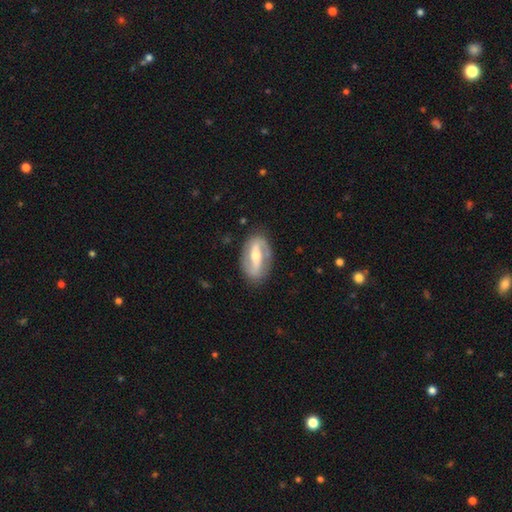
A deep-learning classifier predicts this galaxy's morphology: Smooth or featured?
  - featured or disk: 81% *
  - smooth: 15%
  - star or artifact: 5%
Edge-on disk?
  - no: 92% *
  - yes: 8%
Bar?
  - strong: 61% *
  - weak: 25%
  - no: 14%
Spiral arms?
  - yes: 82% *
  - no: 18%
Spiral winding?
  - medium: 38% *
  - loose: 36%
  - tight: 26%
Spiral arm count?
  - 2: 88% *
  - can't tell: 6%
  - 1: 3%
  - 3: 1%
  - 4: 1%
  - more than 4: 1%
Bulge size?
  - moderate: 62% *
  - small: 31%
  - large: 4%
  - none: 1%
  - dominant: 1%
Merging?
  - none: 84% *
  - minor disturbance: 11%
  - major disturbance: 4%
  - merger: 1%